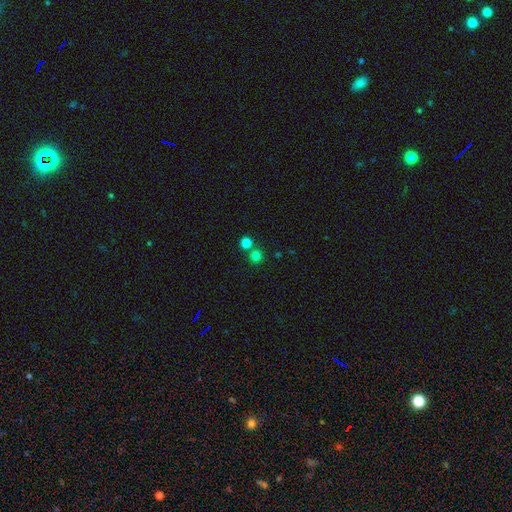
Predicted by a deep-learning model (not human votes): smooth 77%, star or artifact 17%, featured or disk 6%. Down the decision tree: how rounded — round (92%); merging — none (69%).